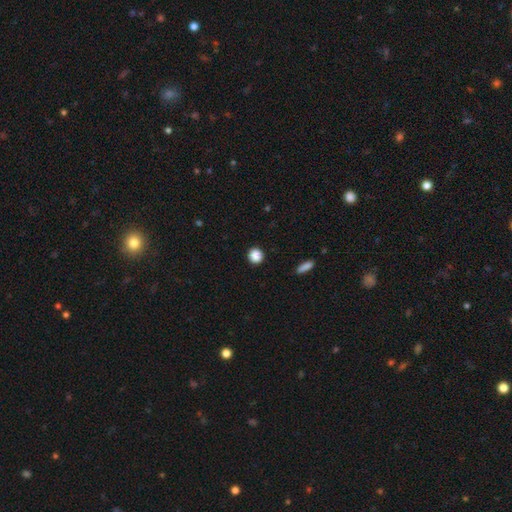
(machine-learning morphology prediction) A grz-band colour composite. It shows a smooth galaxy with no disk features (88%) that is round (91%). Merging: none (92%).